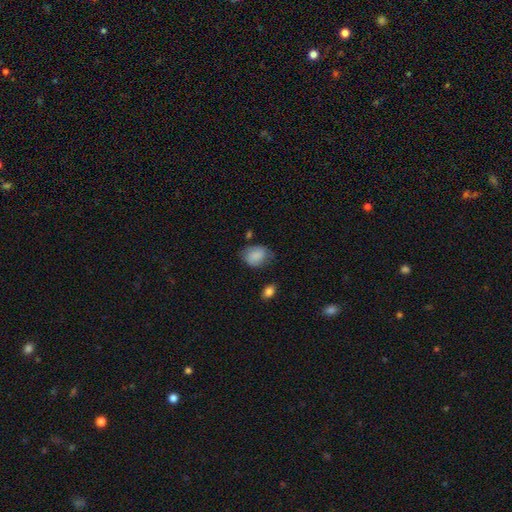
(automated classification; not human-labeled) smooth-or-featured: smooth: 81% | featured or disk: 11% | star or artifact: 8%
  how-rounded: in between: 61% | round: 38% | cigar-shaped: 1%
  merging: none: 60% | minor disturbance: 28% | major disturbance: 8% | merger: 3%